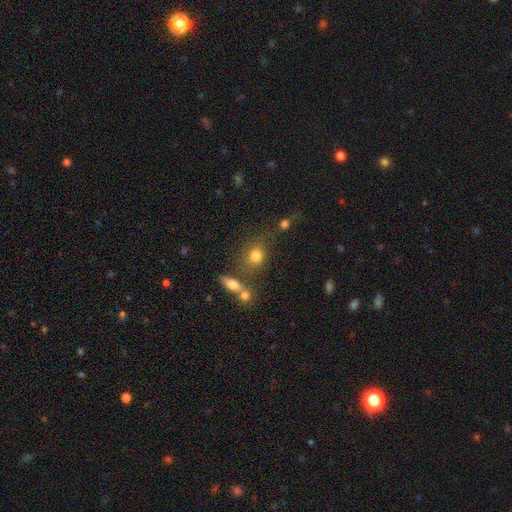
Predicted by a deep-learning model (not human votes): Morphology: type=smooth (77%); roundness=round (61%); merging=none (58%).